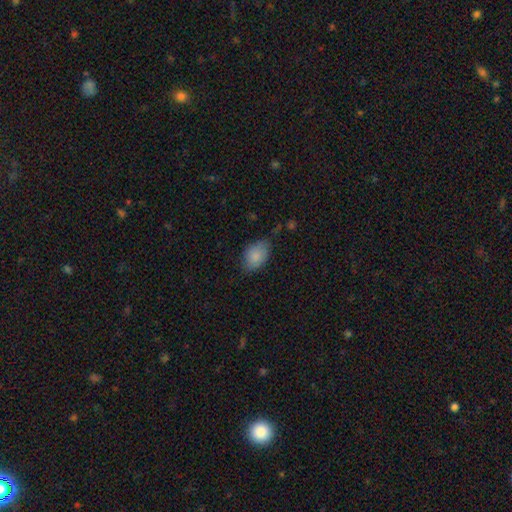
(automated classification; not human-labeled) Smooth or featured?
  - smooth: 86% *
  - star or artifact: 7%
  - featured or disk: 7%
How rounded?
  - in between: 86% *
  - round: 13%
  - cigar-shaped: 1%
Merging?
  - none: 65% *
  - minor disturbance: 27%
  - major disturbance: 6%
  - merger: 2%